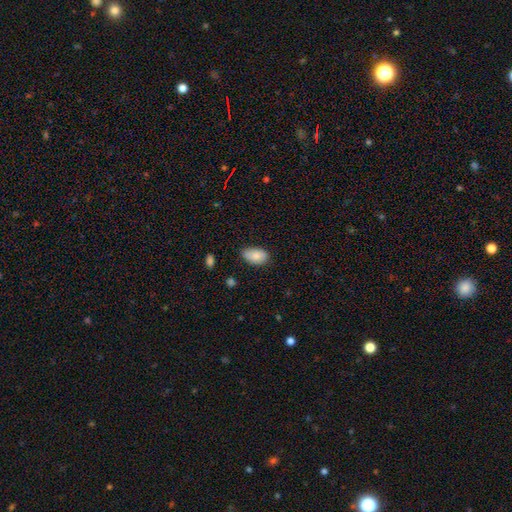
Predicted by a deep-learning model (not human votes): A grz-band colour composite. It shows a smooth galaxy with no disk features (83%) that is in between round and cigar-shaped (93%). Merging: none (75%).